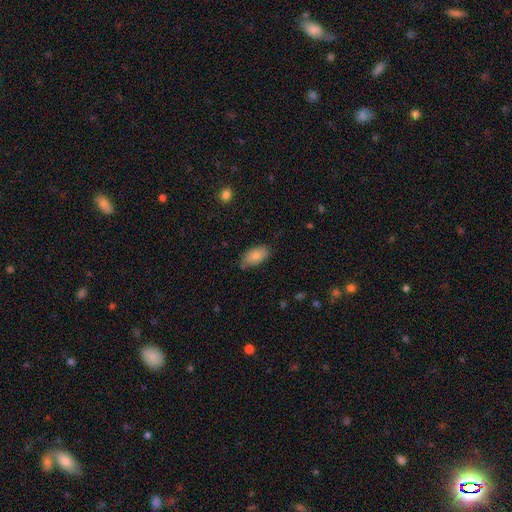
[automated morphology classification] Smooth or featured? smooth (84%)
How rounded? in between (93%)
Merging? none (76%)